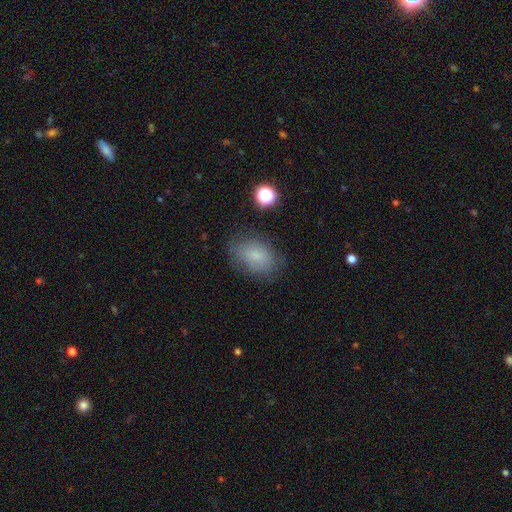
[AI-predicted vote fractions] smooth-or-featured: smooth: 78% | featured or disk: 12% | star or artifact: 10%
  how-rounded: in between: 81% | round: 18% | cigar-shaped: 1%
  merging: none: 74% | minor disturbance: 18% | major disturbance: 7% | merger: 2%